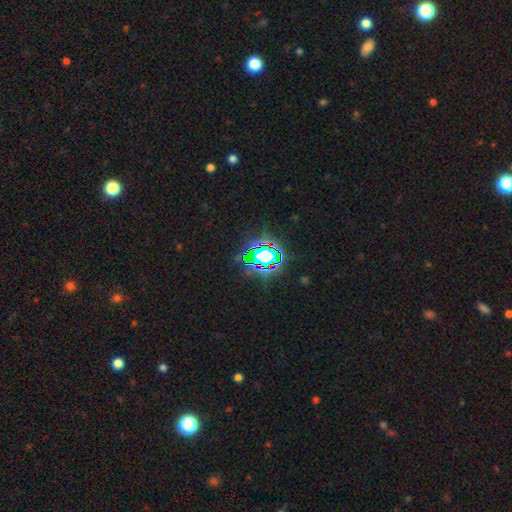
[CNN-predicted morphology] smooth_or_featured: star or artifact (p=0.80) [alt: smooth p=0.12]